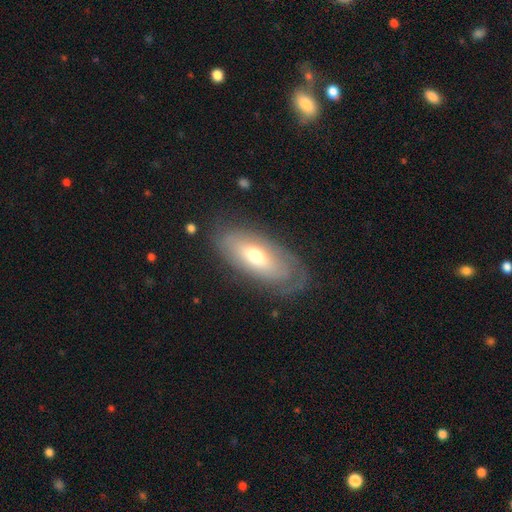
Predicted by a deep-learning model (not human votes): smooth-or-featured: featured or disk: 47% | smooth: 46% | star or artifact: 6%
  merging: none: 72% | minor disturbance: 18% | major disturbance: 8% | merger: 2%